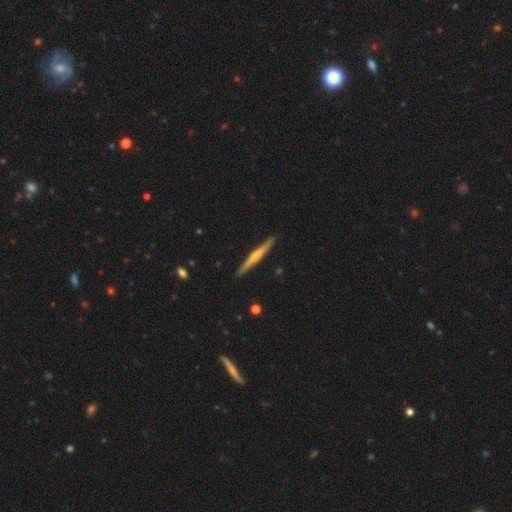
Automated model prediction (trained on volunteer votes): Smooth or featured? Predicted: featured or disk (p=0.65). Edge-on disk? Predicted: yes (p=0.98). Edge-on bulge? Predicted: rounded (p=0.77). Merging? Predicted: none (p=0.91).